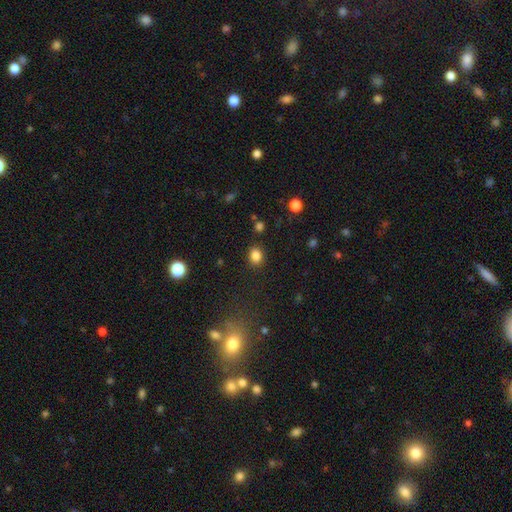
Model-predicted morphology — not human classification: This appears to be a smooth galaxy with no disk features (84%) that is round (53%). Merging: none (86%).